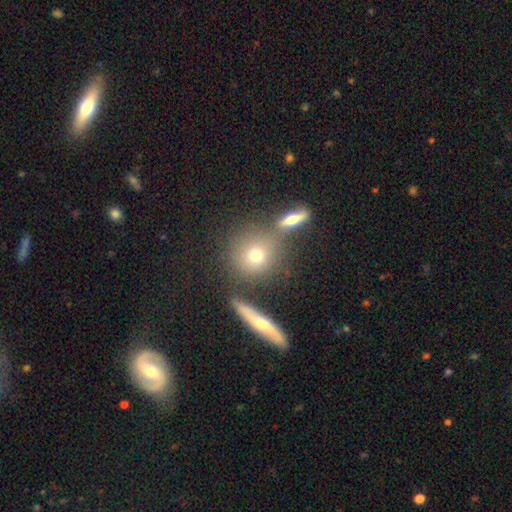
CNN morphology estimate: Q: Smooth or featured?
A: smooth (70%); runner-up: featured or disk (17%)
Q: How rounded?
A: round (83%); runner-up: in between (13%)
Q: Merging?
A: none (67%); runner-up: merger (19%)